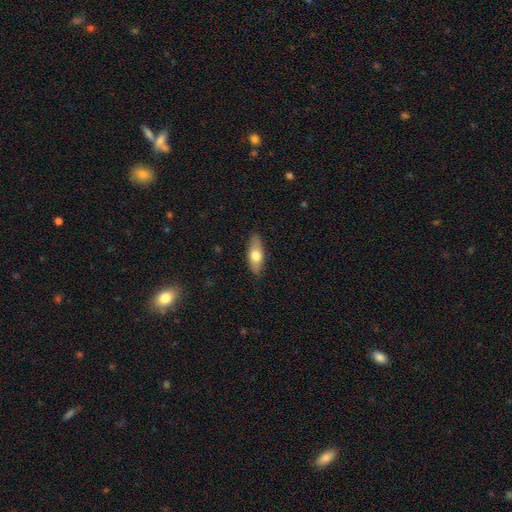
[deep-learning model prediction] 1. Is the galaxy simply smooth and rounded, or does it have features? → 68% smooth, 26% featured or disk, 6% star or artifact.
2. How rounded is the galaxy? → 71% in between, 25% cigar-shaped, 3% round.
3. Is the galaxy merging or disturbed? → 86% none, 11% minor disturbance, 2% major disturbance, 1% merger.